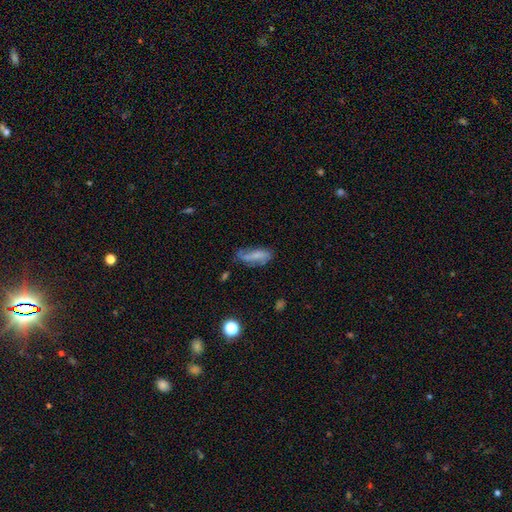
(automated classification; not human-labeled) smooth_or_featured: smooth (p=0.50) [alt: featured or disk p=0.40]
merging: none (p=0.51) [alt: minor disturbance p=0.30]